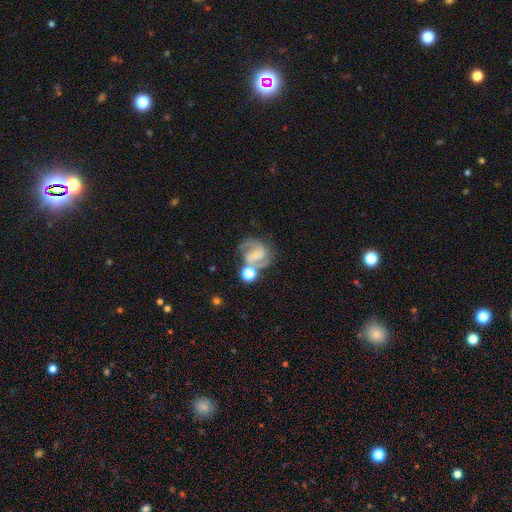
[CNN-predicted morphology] featured or disk 80%, smooth 12%, star or artifact 8%. Down the decision tree: edge-on disk — no (98%); bar — weak (46%); spiral arms — yes (95%); spiral arm count — 2 (83%); spiral winding — medium (56%); bulge size — small (57%); merging — none (53%).